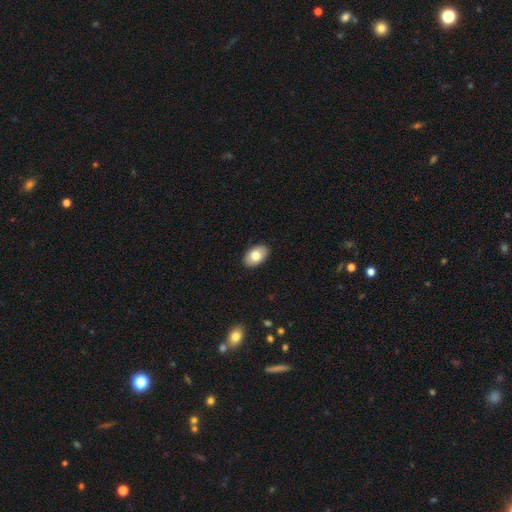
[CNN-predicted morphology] A smooth galaxy with no disk features (77%) that is in between round and cigar-shaped (91%).

Vote fractions:
- Smooth or featured? smooth: 77% / featured or disk: 16% / star or artifact: 7%
- How rounded? in between: 91% / round: 8% / cigar-shaped: 1%
- Merging? none: 90% / minor disturbance: 7% / major disturbance: 2% / merger: 1%